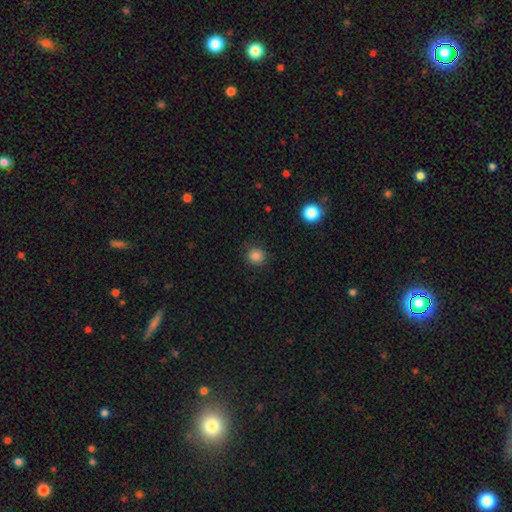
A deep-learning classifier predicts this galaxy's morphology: This appears to be a smooth galaxy with no disk features (84%) that is round (89%). Merging: none (89%).